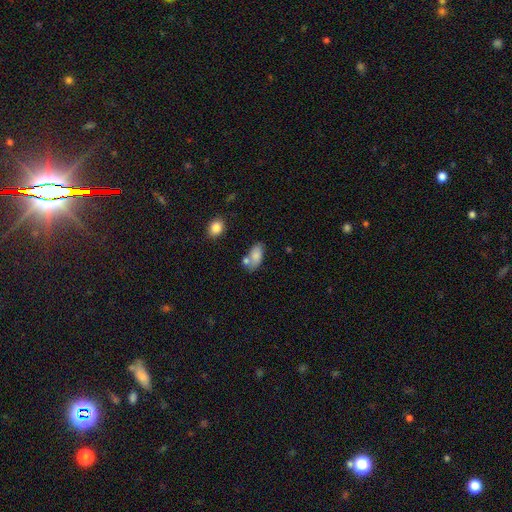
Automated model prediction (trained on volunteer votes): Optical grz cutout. It shows a smooth galaxy with no disk features (80%) that is in between round and cigar-shaped (91%). Merging: none (48%).